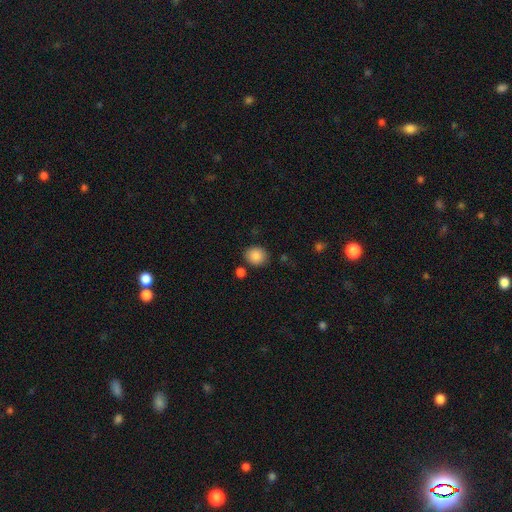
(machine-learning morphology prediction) smooth-or-featured: smooth: 88% | star or artifact: 8% | featured or disk: 4%
  how-rounded: round: 71% | in between: 28% | cigar-shaped: 1%
  merging: none: 82% | minor disturbance: 10% | merger: 5% | major disturbance: 3%